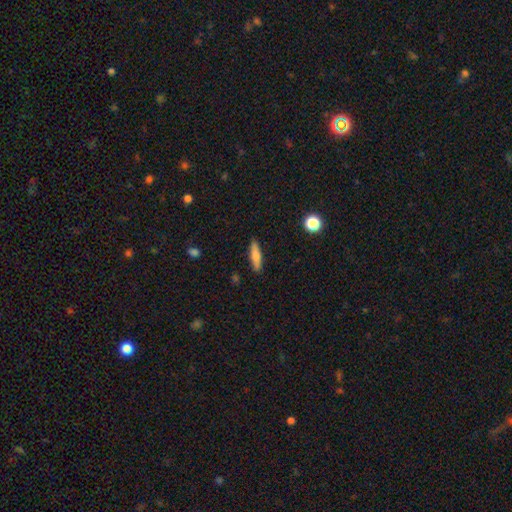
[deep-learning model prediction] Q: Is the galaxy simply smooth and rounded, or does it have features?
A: smooth — 73%.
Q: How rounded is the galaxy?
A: cigar-shaped — 71%.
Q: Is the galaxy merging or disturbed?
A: none — 87%.